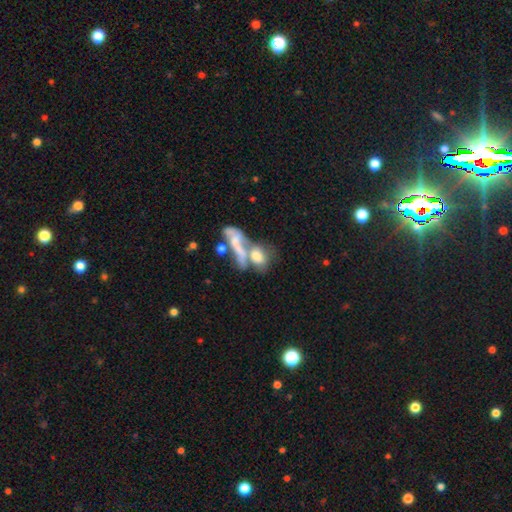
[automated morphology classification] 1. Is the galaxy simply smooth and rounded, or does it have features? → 41% smooth (tied), 41% featured or disk (tied), 18% star or artifact.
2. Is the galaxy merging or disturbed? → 55% merger, 26% none, 11% major disturbance, 9% minor disturbance.